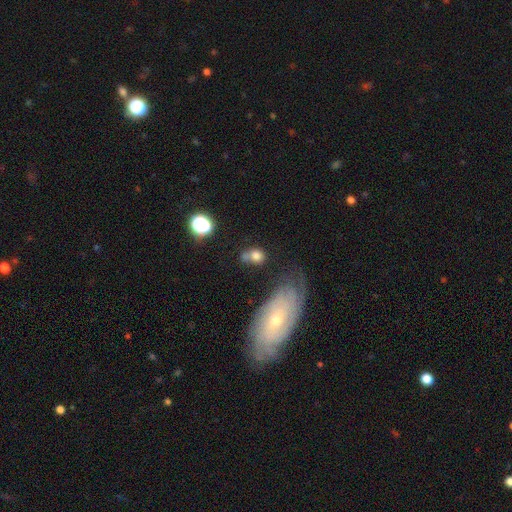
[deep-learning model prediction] Smooth or featured?
  - smooth: 73% *
  - featured or disk: 15%
  - star or artifact: 13%
How rounded?
  - in between: 50% *
  - round: 48%
  - cigar-shaped: 2%
Merging?
  - none: 41% *
  - merger: 24%
  - minor disturbance: 21%
  - major disturbance: 14%